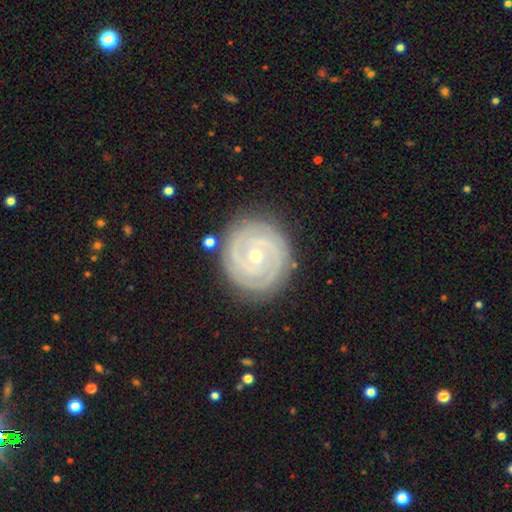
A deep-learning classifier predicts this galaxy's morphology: Smooth or featured?
  - featured or disk: 90% *
  - smooth: 5%
  - star or artifact: 5%
Edge-on disk?
  - no: 98% *
  - yes: 2%
Bar?
  - no: 62% *
  - weak: 27%
  - strong: 11%
Spiral arms?
  - yes: 98% *
  - no: 2%
Spiral winding?
  - tight: 86% *
  - medium: 12%
  - loose: 2%
Spiral arm count?
  - 2: 60% *
  - 3: 18%
  - can't tell: 10%
  - 4: 5%
  - more than 4: 4%
  - 1: 3%
Bulge size?
  - small: 57% *
  - moderate: 40%
  - large: 1%
  - none: 1%
  - dominant: 1%
Merging?
  - none: 85% *
  - minor disturbance: 10%
  - major disturbance: 3%
  - merger: 1%